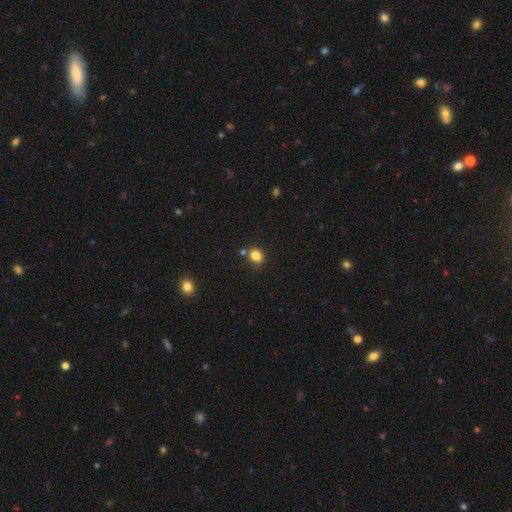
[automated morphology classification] Smooth or featured? smooth (83%)
How rounded? in between (50%)
Merging? none (72%)